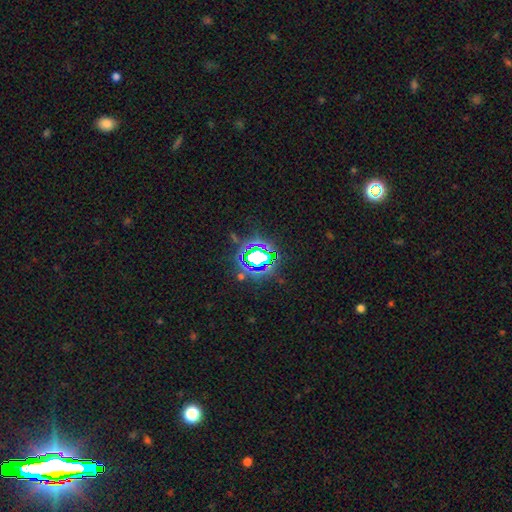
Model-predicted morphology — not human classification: This is likely a star or artifact rather than a galaxy (69%).